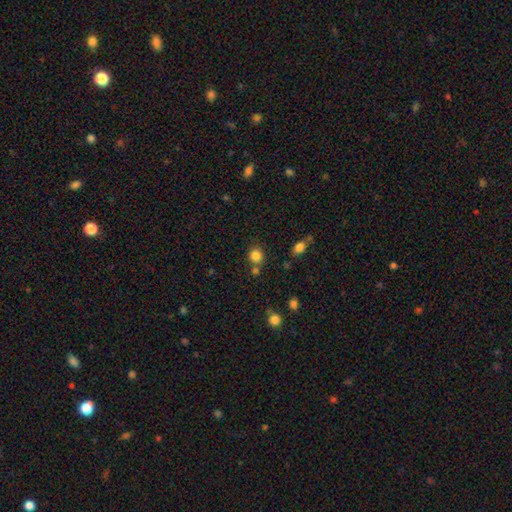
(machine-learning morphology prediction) A smooth galaxy with no disk features (83%) that is round (85%).

Vote fractions:
- Smooth or featured? smooth: 83% / star or artifact: 12% / featured or disk: 5%
- How rounded? round: 85% / in between: 14% / cigar-shaped: 1%
- Merging? none: 67% / merger: 18% / minor disturbance: 11% / major disturbance: 4%